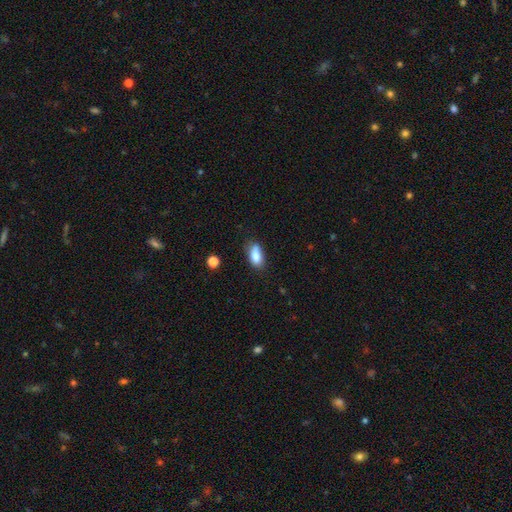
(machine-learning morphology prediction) smooth 83%, featured or disk 9%, star or artifact 8%. Down the decision tree: how rounded — in between (88%); merging — none (64%).